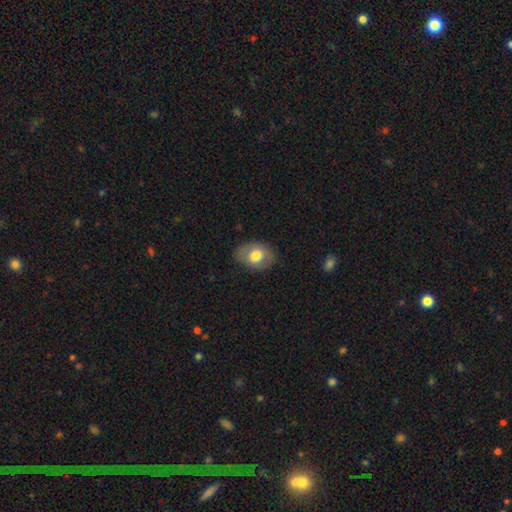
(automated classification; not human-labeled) A smooth galaxy with no disk features (66%) that is in between round and cigar-shaped (74%). Merging: none (80%).